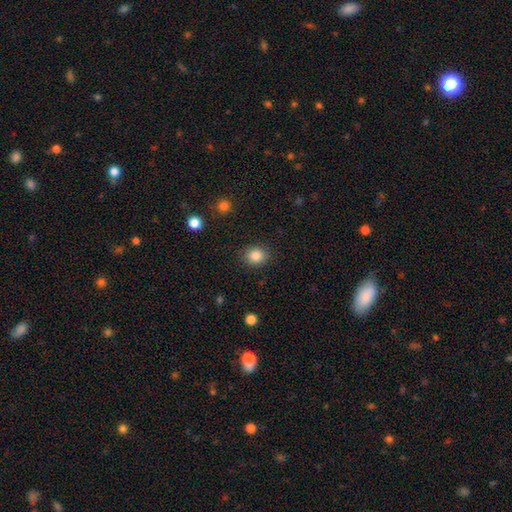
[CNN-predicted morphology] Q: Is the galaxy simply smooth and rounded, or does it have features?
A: smooth — 85%.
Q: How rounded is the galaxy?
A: round — 71%.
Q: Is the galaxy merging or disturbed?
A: none — 88%.